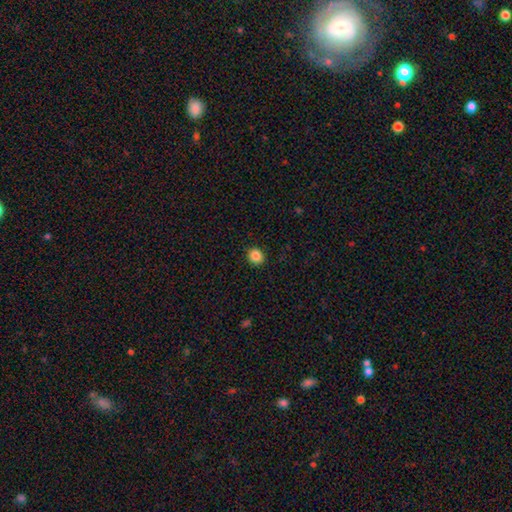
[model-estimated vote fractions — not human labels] Smooth or featured?
  - smooth: 85% *
  - star or artifact: 10%
  - featured or disk: 4%
How rounded?
  - round: 85% *
  - in between: 14%
  - cigar-shaped: 1%
Merging?
  - none: 92% *
  - minor disturbance: 6%
  - major disturbance: 2%
  - merger: 1%